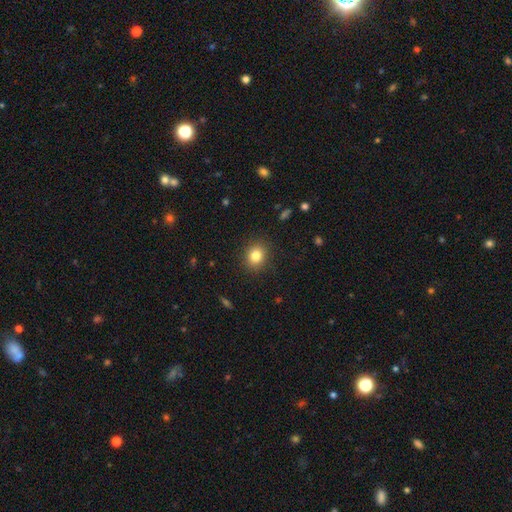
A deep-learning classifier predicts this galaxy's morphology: smooth_or_featured: smooth (p=0.82) [alt: star or artifact p=0.11]
how_rounded: round (p=0.70) [alt: in between p=0.29]
merging: none (p=0.89) [alt: minor disturbance p=0.08]